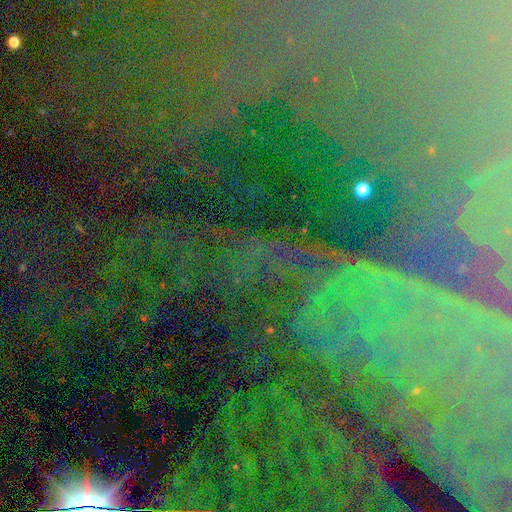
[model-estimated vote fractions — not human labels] Morphology: type=star or artifact (79%).